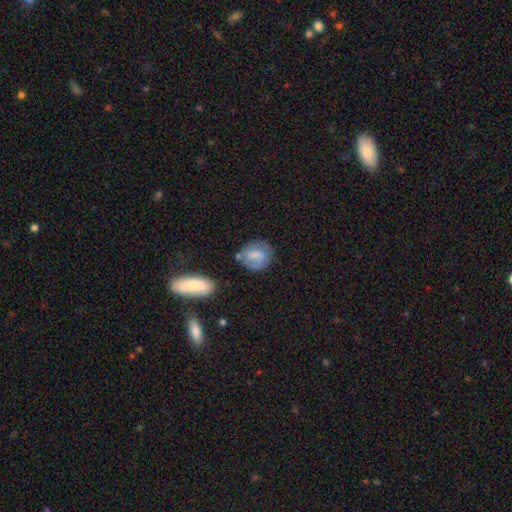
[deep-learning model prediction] This is likely a smooth galaxy (60%). How rounded: likely round (63%). Merging: possibly none (59%).